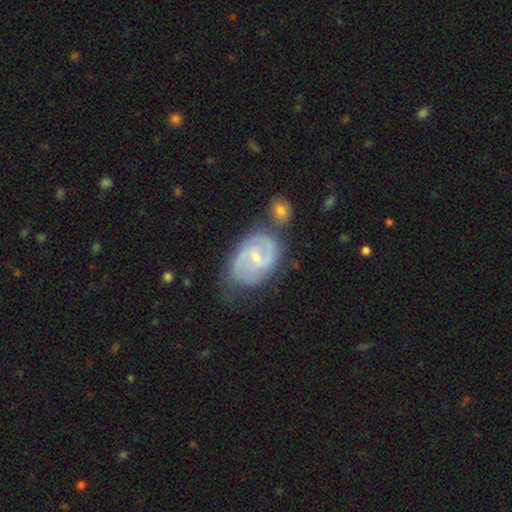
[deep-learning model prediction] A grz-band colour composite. It shows a featured or disk galaxy (84%) with a weak bar (57%), 2 (74%) medium (47%) spiral arms (95%) and a small central bulge (66%). Merging: none (58%).